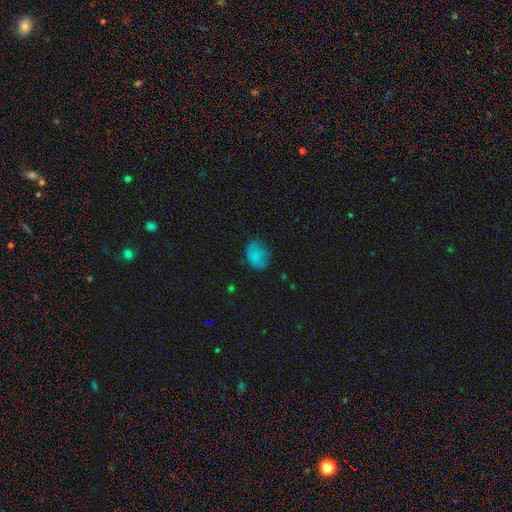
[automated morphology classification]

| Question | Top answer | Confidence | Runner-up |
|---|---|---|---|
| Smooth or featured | smooth | 75% | featured or disk (13%) |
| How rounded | in between | 71% | round (28%) |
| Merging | none | 54% | minor disturbance (30%) |